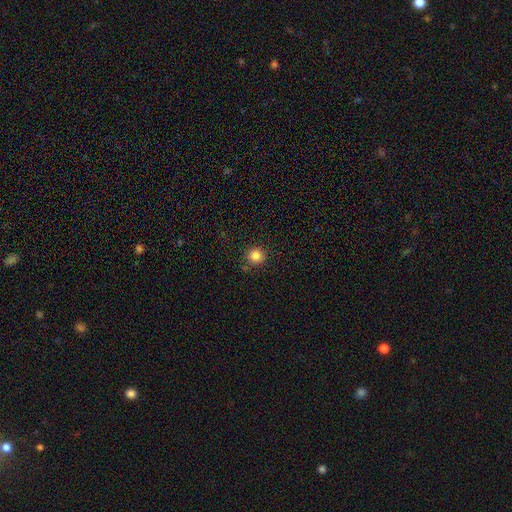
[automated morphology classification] smooth-or-featured: smooth: 84% | star or artifact: 11% | featured or disk: 4%
  how-rounded: round: 93% | in between: 6% | cigar-shaped: 1%
  merging: none: 85% | minor disturbance: 9% | merger: 3% | major disturbance: 2%